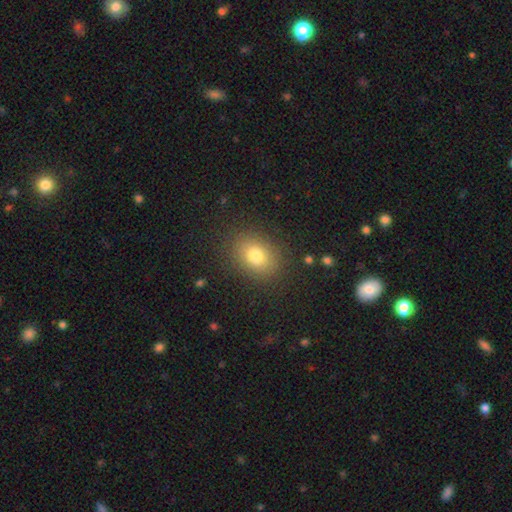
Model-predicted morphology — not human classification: Smooth or featured: smooth — 78% (star or artifact — 12%)
How rounded: in between — 57% (round — 42%)
Merging: none — 86% (minor disturbance — 9%)